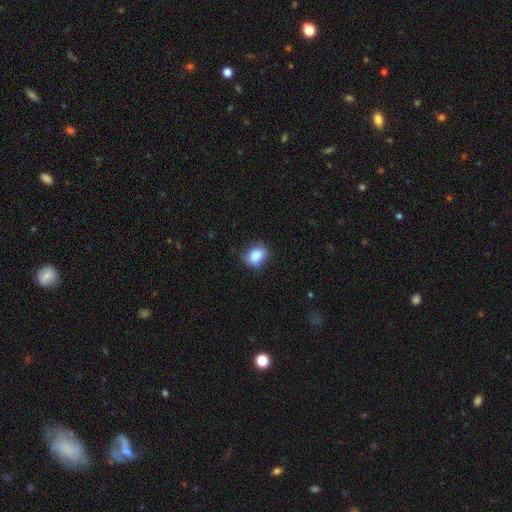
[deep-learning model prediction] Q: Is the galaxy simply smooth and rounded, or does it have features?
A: smooth — 82%.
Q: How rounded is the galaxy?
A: round — 53%.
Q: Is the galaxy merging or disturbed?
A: none — 68%.